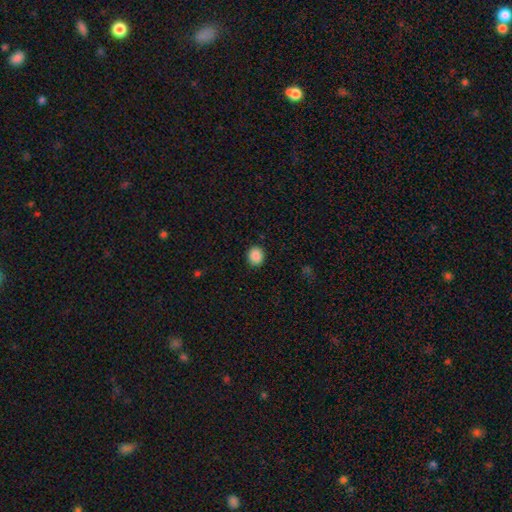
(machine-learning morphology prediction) Smooth or featured? Predicted: smooth (p=0.88). How rounded? Predicted: round (p=0.75). Merging? Predicted: none (p=0.90).